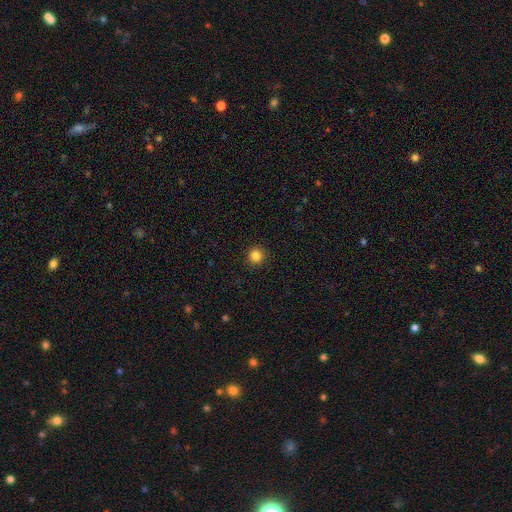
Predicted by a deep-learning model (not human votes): This is clearly a smooth galaxy (84%). How rounded: clearly round (95%). Merging: clearly none (93%).